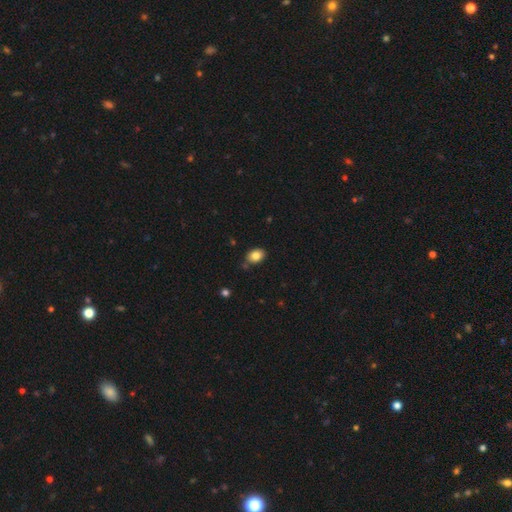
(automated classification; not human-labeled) smooth_or_featured: smooth (p=0.84) [alt: star or artifact p=0.09]
how_rounded: in between (p=0.76) [alt: round p=0.23]
merging: none (p=0.80) [alt: minor disturbance p=0.14]